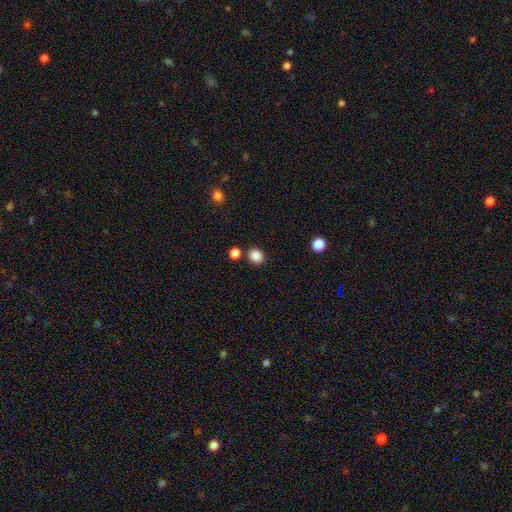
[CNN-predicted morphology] type=smooth (86%); roundness=round (70%); merging=none (82%).